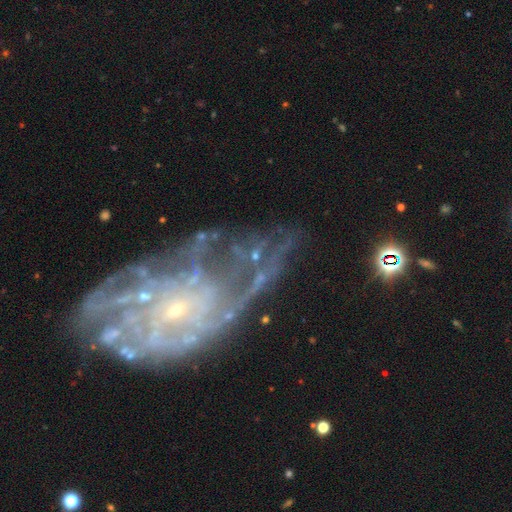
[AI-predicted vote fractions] Morphology: type=featured or disk (64%); edge-on=no (94%); bar=no (63%); spiral arms=yes (71%); bulge=small (52%); merging=none (51%).